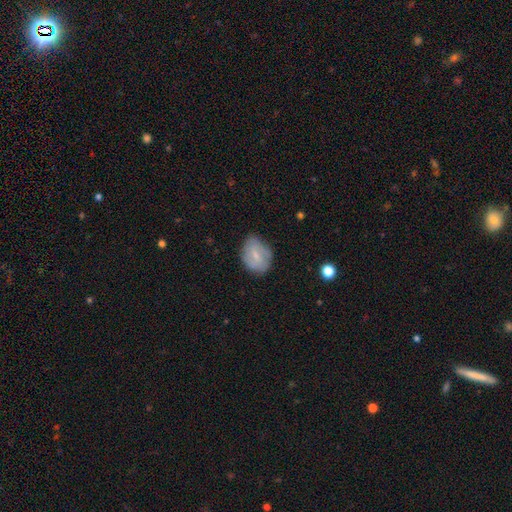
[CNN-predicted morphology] The model was most divided on "smooth or featured": smooth: 57%, featured or disk: 36%, star or artifact: 7%. More confident: how rounded — in between (67%); merging — none (65%).